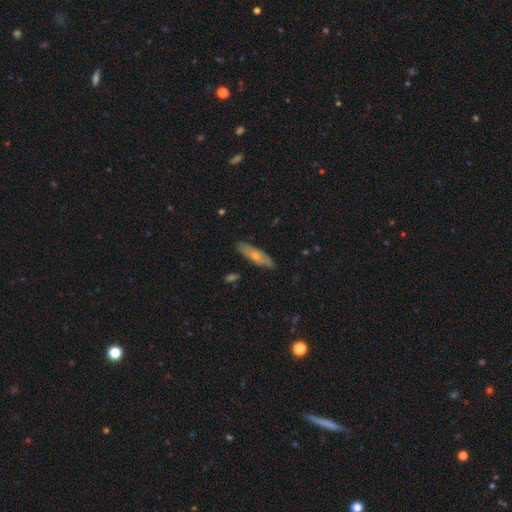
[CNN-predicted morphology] This appears to be a smooth galaxy with no disk features (55%) that is cigar-shaped (55%). Merging: none (81%).